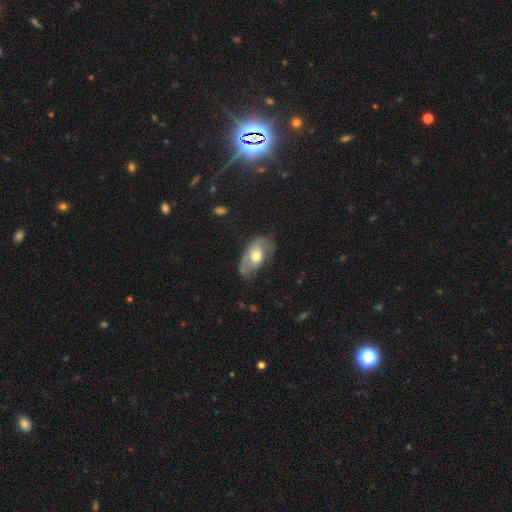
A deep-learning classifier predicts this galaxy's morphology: This appears to be a featured or disk galaxy (52%). Merging: none (53%).